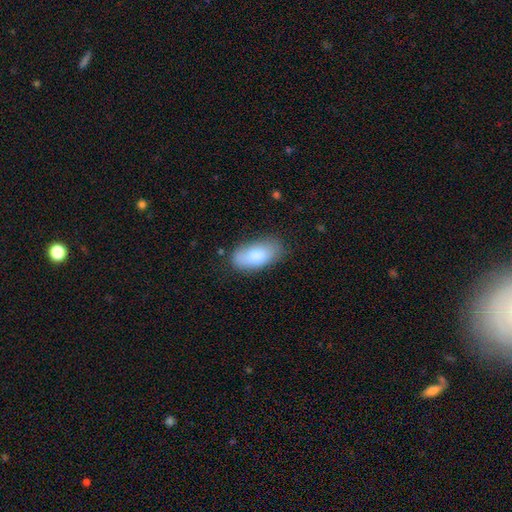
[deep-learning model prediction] This is clearly a smooth galaxy (81%). How rounded: clearly in between (93%). Merging: likely none (74%).